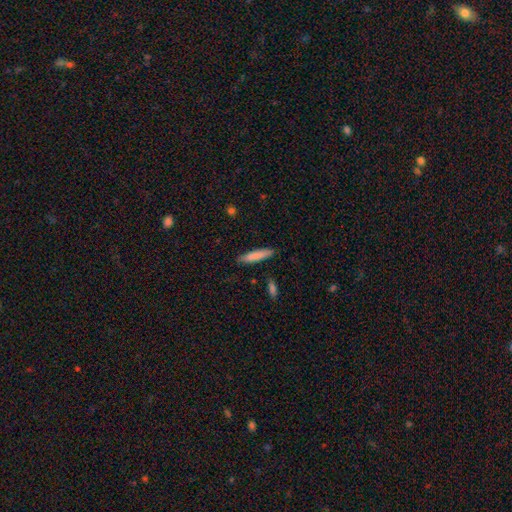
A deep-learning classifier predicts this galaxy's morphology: Q: Smooth or featured?
A: smooth (82%); runner-up: featured or disk (12%)
Q: How rounded?
A: cigar-shaped (87%); runner-up: in between (12%)
Q: Merging?
A: none (86%); runner-up: minor disturbance (10%)